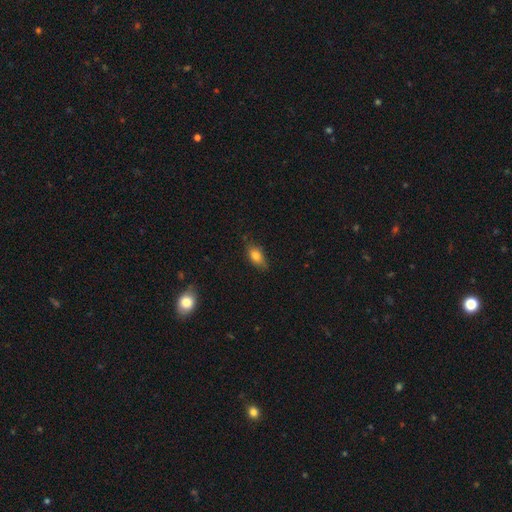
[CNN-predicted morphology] This appears to be a smooth galaxy with no disk features (79%) that is in between round and cigar-shaped (84%). Merging: none (74%).